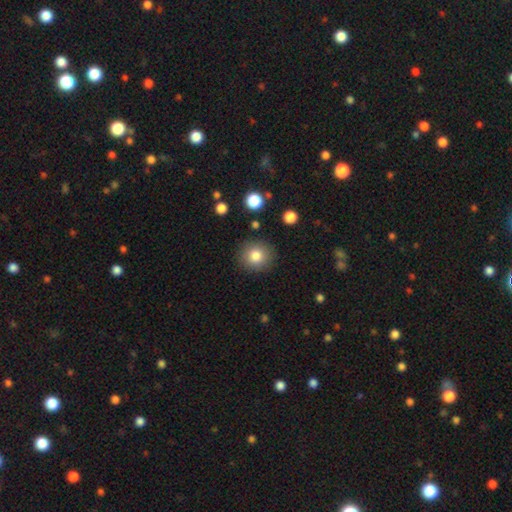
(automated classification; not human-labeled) This appears to be a smooth galaxy with no disk features (81%) that is round (90%). Merging: none (88%).